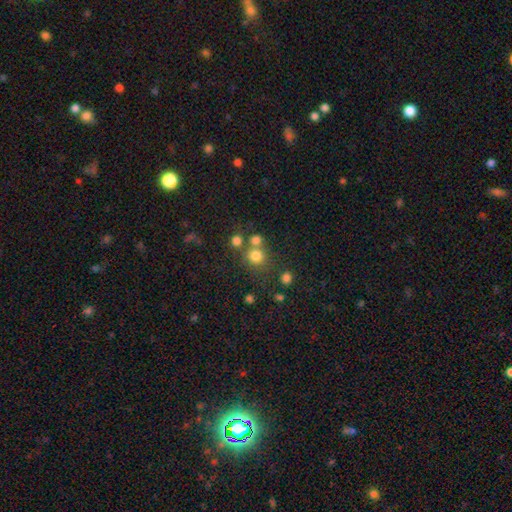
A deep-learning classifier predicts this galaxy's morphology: Overall: smooth (75%). How rounded: round (89%). Merging: none (62%; merger 25%).